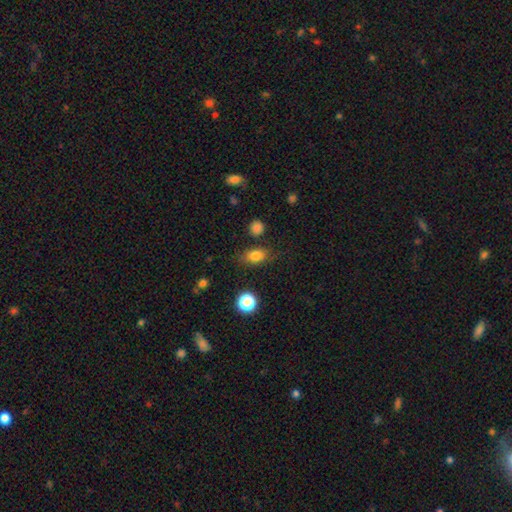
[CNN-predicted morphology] Q: Smooth or featured?
A: smooth (80%); runner-up: star or artifact (12%)
Q: How rounded?
A: in between (72%); runner-up: round (23%)
Q: Merging?
A: none (74%); runner-up: minor disturbance (16%)